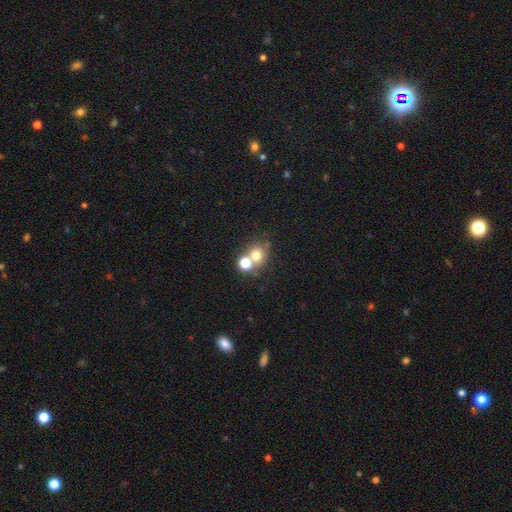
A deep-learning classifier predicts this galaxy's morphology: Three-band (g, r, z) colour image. It shows a smooth galaxy with no disk features (70%) that is round (81%). Merging: none (49%).